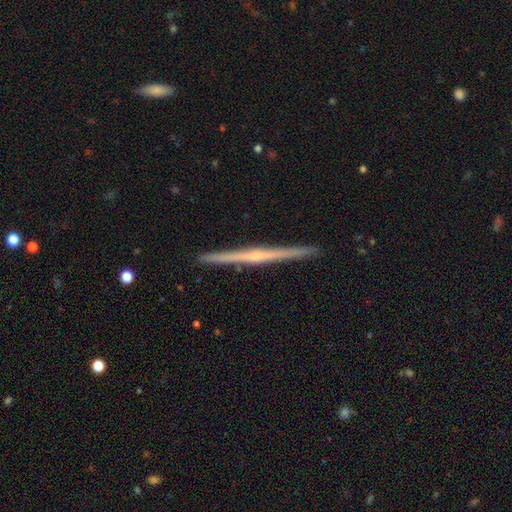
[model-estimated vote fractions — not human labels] Q: Smooth or featured?
A: featured or disk (81%); runner-up: smooth (14%)
Q: Edge-on disk?
A: yes (99%); runner-up: no (1%)
Q: Edge-on bulge?
A: rounded (63%); runner-up: none (30%)
Q: Merging?
A: none (93%); runner-up: minor disturbance (5%)